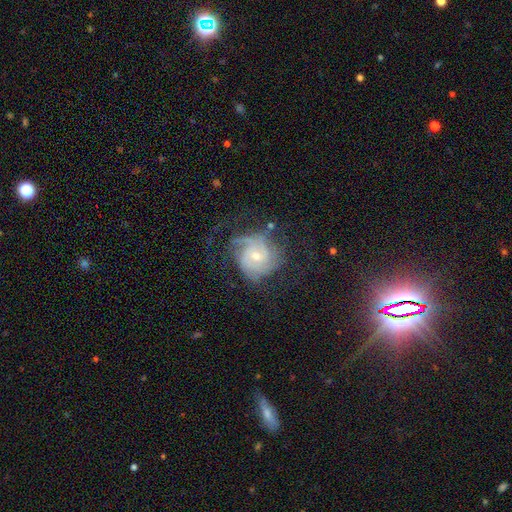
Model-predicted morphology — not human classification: smooth-or-featured: featured or disk: 81% | smooth: 13% | star or artifact: 7%
  disk-edge-on: no: 98% | yes: 2%
    bar: no: 64% | weak: 31% | strong: 5%
    has-spiral-arms: yes: 95% | no: 5%
      spiral-winding: tight: 50% | medium: 35% | loose: 15%
      spiral-arm-count: can't tell: 29% | 3: 26% | 2: 22% | 4: 10% | 1: 7% | more than 4: 6%
    bulge-size: small: 51% | moderate: 45% | large: 2% | none: 1% | dominant: 1%
  merging: none: 57% | minor disturbance: 21% | major disturbance: 20% | merger: 2%